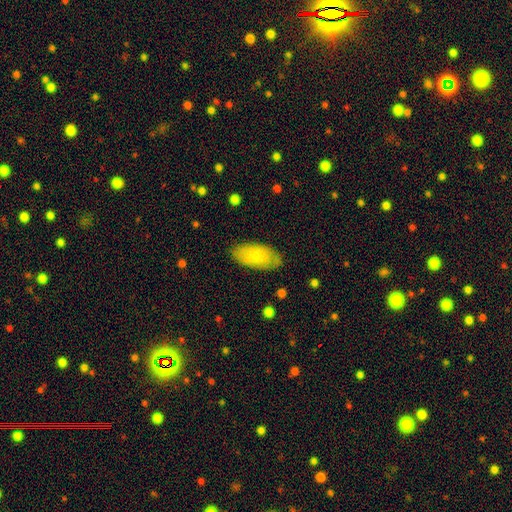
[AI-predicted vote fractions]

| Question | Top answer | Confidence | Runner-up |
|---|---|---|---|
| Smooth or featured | smooth | 79% | featured or disk (15%) |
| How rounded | in between | 94% | cigar-shaped (4%) |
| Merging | none | 82% | minor disturbance (14%) |